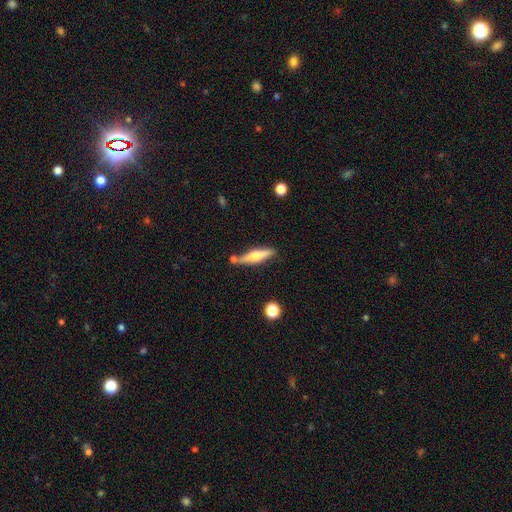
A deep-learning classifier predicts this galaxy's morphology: The model was most divided on "smooth or featured": featured or disk: 50%, smooth: 44%, star or artifact: 6%. More confident: merging — none (75%).